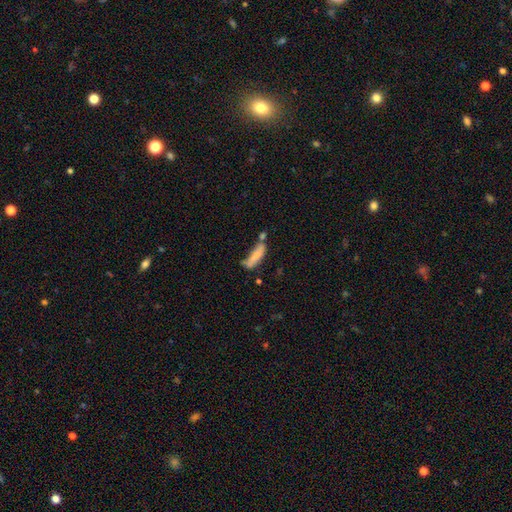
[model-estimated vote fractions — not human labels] Smooth or featured? smooth (73%)
How rounded? cigar-shaped (60%)
Merging? none (37%)